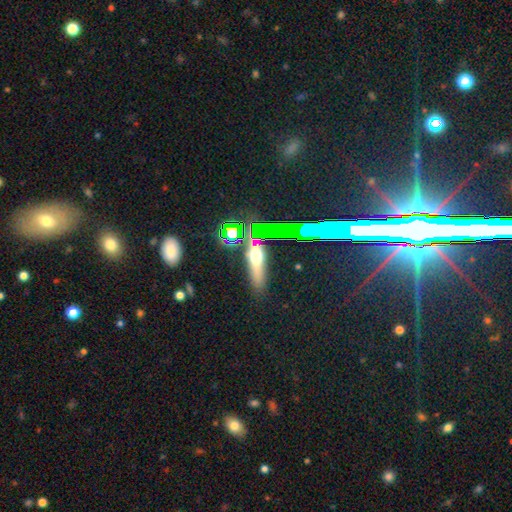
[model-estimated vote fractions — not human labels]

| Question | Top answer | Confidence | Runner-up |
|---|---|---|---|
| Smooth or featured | smooth | 40% | featured or disk (35%) |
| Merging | none | 82% | minor disturbance (10%) |